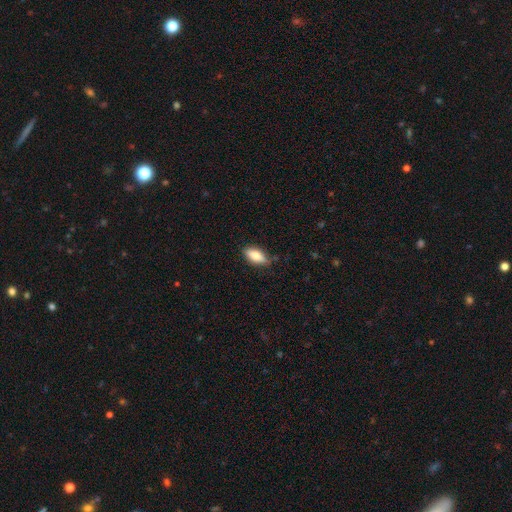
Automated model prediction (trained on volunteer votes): Morphology: type=smooth (80%); roundness=in between (82%); merging=none (77%).